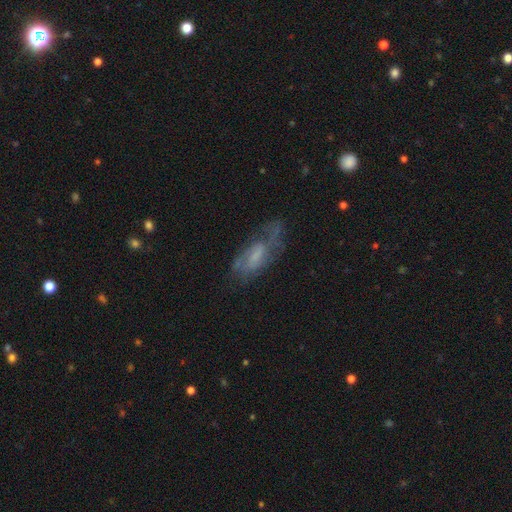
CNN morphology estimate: smooth_or_featured: featured or disk (p=0.53) [alt: smooth p=0.37]
disk_edge_on: no (p=0.86) [alt: yes p=0.14]
merging: none (p=0.46) [alt: minor disturbance p=0.26]